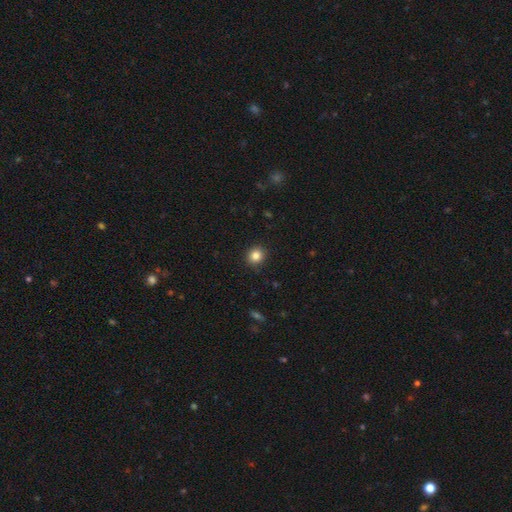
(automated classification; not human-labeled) Smooth or featured? Predicted: smooth (p=0.84). How rounded? Predicted: round (p=0.82). Merging? Predicted: none (p=0.91).